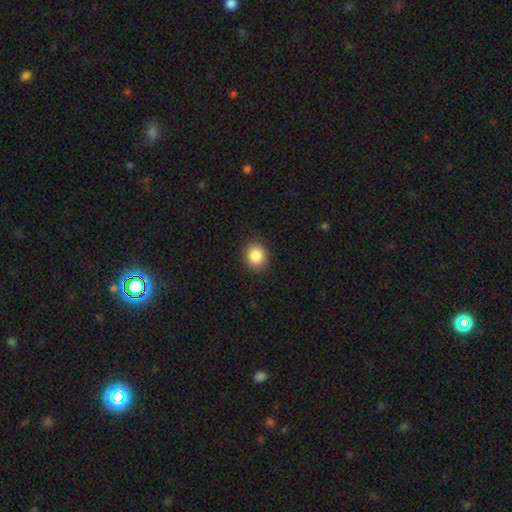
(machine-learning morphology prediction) A smooth galaxy with no disk features (87%) that is round (77%). Merging: none (90%).